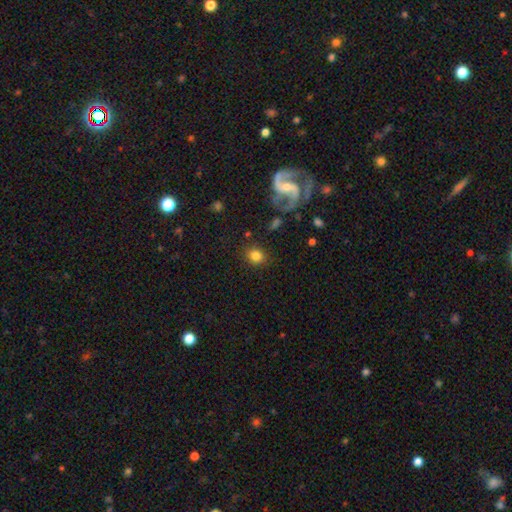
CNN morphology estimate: smooth_or_featured: smooth (p=0.81) [alt: star or artifact p=0.10]
how_rounded: round (p=0.75) [alt: in between p=0.24]
merging: none (p=0.84) [alt: minor disturbance p=0.09]